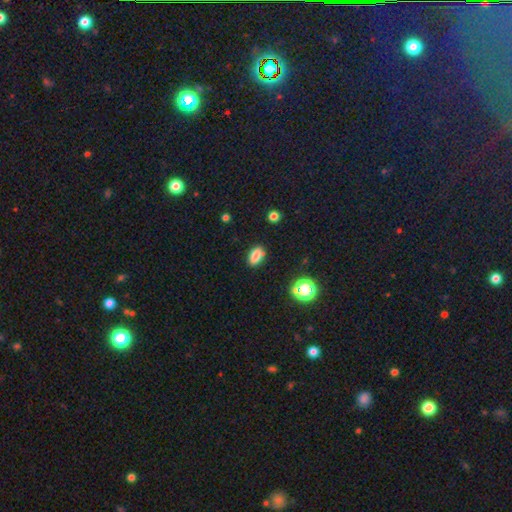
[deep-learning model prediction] This is likely a smooth galaxy (80%). How rounded: clearly in between (86%). Merging: clearly none (83%).